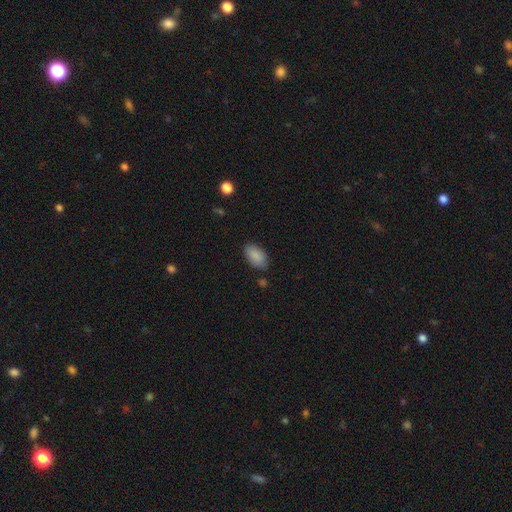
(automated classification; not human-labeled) Overall: smooth (88%). How rounded: in between (94%). Merging: none (80%).